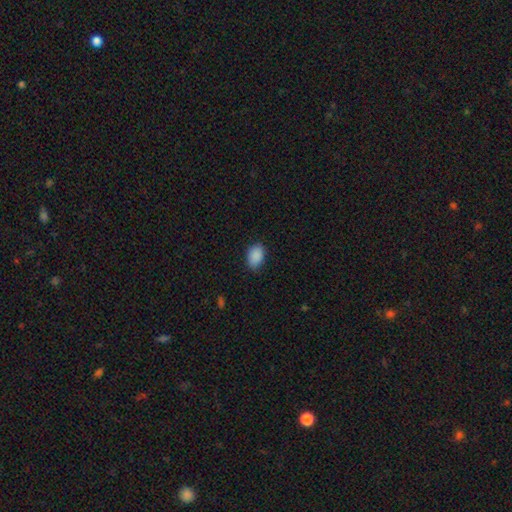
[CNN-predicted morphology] Smooth or featured: smooth — 89% (star or artifact — 8%)
How rounded: in between — 83% (round — 16%)
Merging: none — 79% (minor disturbance — 17%)